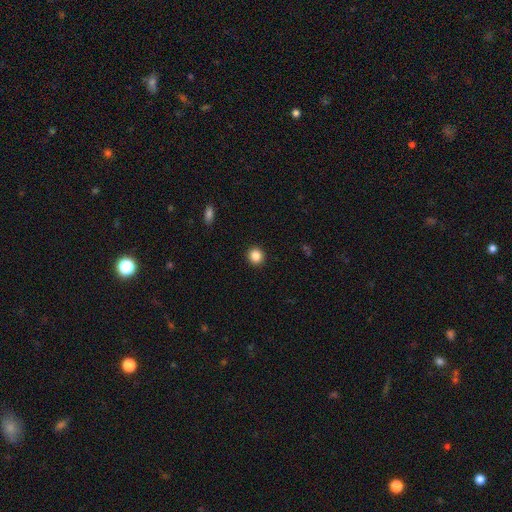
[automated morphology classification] This is clearly a smooth galaxy (86%). How rounded: clearly round (92%). Merging: clearly none (93%).